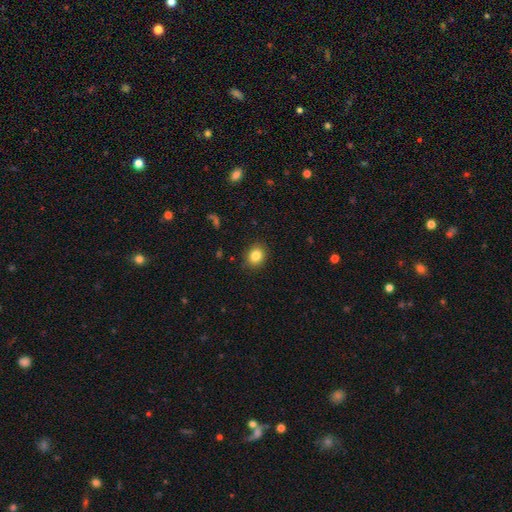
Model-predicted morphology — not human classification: Smooth or featured? smooth (83%)
How rounded? round (62%)
Merging? none (89%)